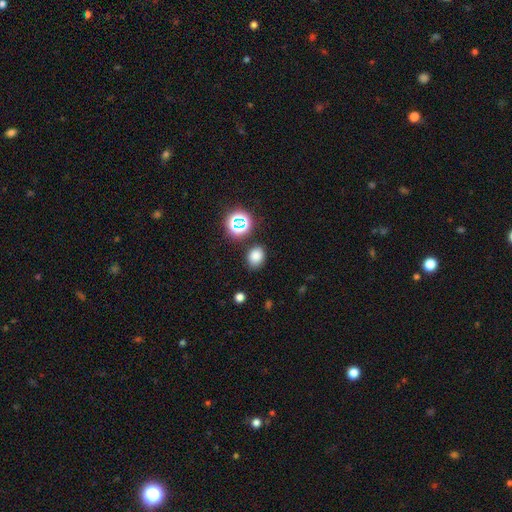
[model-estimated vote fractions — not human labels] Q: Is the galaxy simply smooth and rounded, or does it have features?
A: smooth — 78%.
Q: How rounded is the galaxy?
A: in between — 56%.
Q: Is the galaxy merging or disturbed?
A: none — 81%.